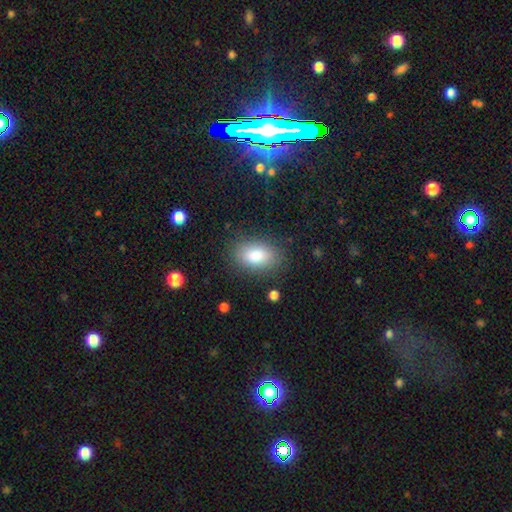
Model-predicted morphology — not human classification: smooth_or_featured: smooth (p=0.83) [alt: featured or disk p=0.09]
how_rounded: in between (p=0.88) [alt: round p=0.10]
merging: none (p=0.84) [alt: minor disturbance p=0.11]